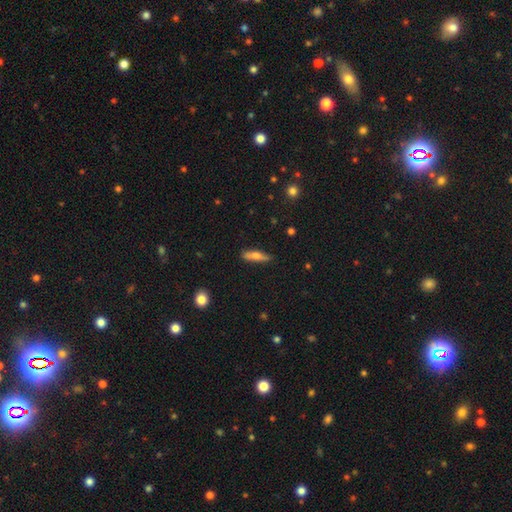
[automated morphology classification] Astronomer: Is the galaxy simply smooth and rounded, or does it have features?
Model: smooth — 64%.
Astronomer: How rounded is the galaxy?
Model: cigar-shaped — 72%.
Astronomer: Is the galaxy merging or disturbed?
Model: none — 84%.